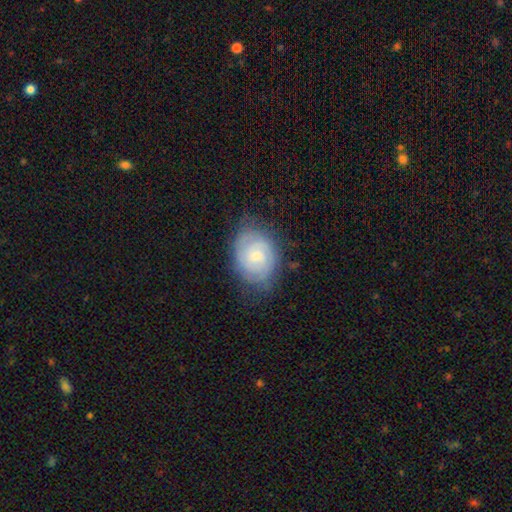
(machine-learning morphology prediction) This is likely a featured or disk galaxy (68%). It is clearly not viewed edge-on (97%). Bar: possibly no (54%). Spiral arm pattern: clearly yes (91%). Spiral arm count: possibly 2 (47%). Spiral winding: likely tight (68%). Central bulge: likely small (64%). Merging: likely none (72%).